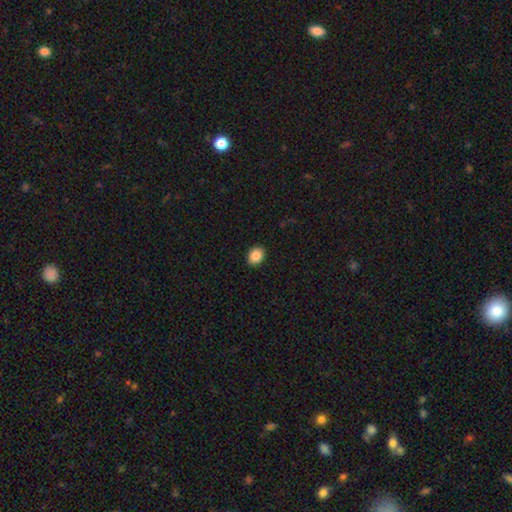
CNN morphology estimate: smooth_or_featured: smooth (p=0.87) [alt: star or artifact p=0.09]
how_rounded: in between (p=0.52) [alt: round p=0.47]
merging: none (p=0.91) [alt: minor disturbance p=0.06]